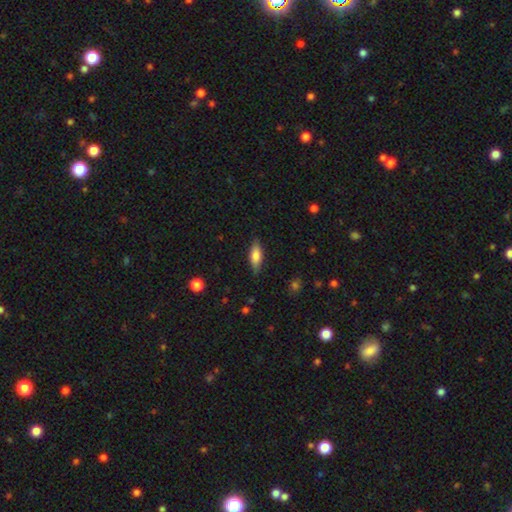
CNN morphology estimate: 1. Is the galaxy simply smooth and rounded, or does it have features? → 76% smooth, 18% featured or disk, 6% star or artifact.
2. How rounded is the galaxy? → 66% in between, 32% cigar-shaped, 2% round.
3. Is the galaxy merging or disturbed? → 83% none, 13% minor disturbance, 3% major disturbance, 1% merger.